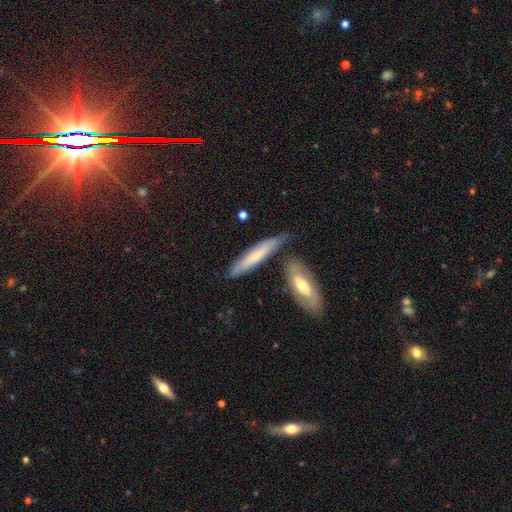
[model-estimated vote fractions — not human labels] The model was most divided on "smooth or featured": smooth: 59%, featured or disk: 35%, star or artifact: 6%. More confident: how rounded — cigar-shaped (84%); merging — none (69%).